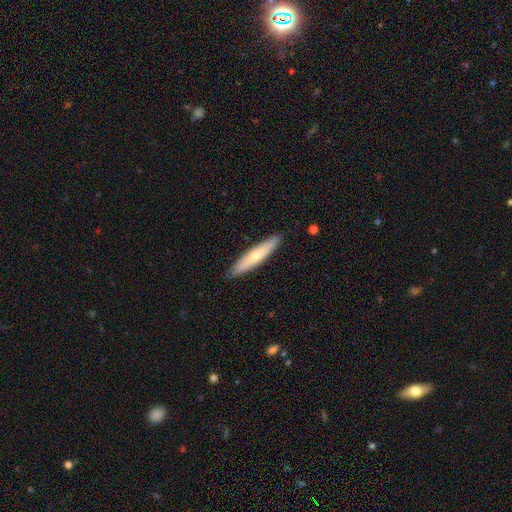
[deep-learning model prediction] Smooth or featured? smooth (62%)
How rounded? cigar-shaped (89%)
Merging? none (90%)